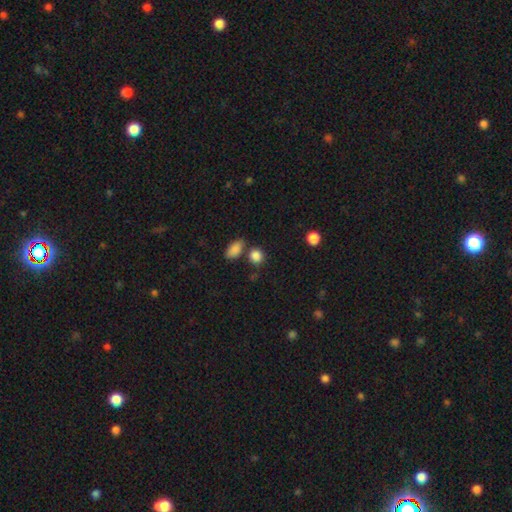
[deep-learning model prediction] Smooth or featured?
  - smooth: 85% *
  - star or artifact: 10%
  - featured or disk: 4%
How rounded?
  - round: 69% *
  - in between: 29%
  - cigar-shaped: 2%
Merging?
  - none: 68% *
  - merger: 17%
  - minor disturbance: 12%
  - major disturbance: 4%